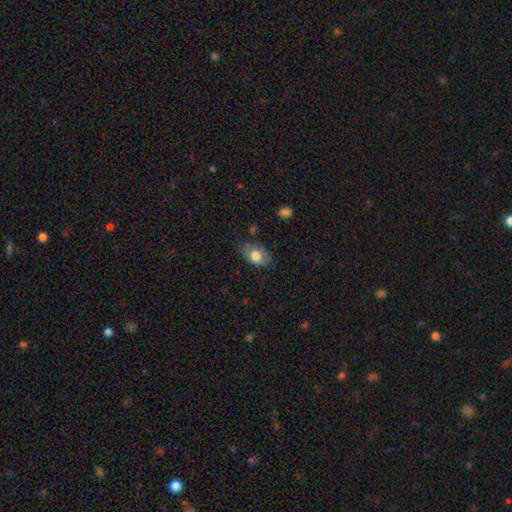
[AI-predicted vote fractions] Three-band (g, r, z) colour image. It shows a smooth galaxy with no disk features (69%) that is in between round and cigar-shaped (87%). Merging: none (68%).